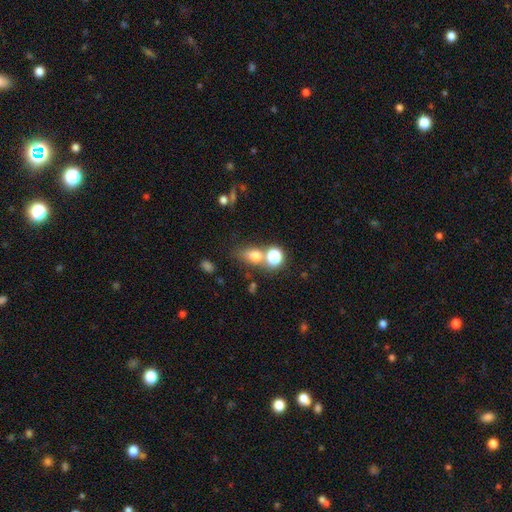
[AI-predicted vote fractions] This is likely a smooth galaxy (68%). How rounded: possibly in between (50%). Merging: possibly none (50%).